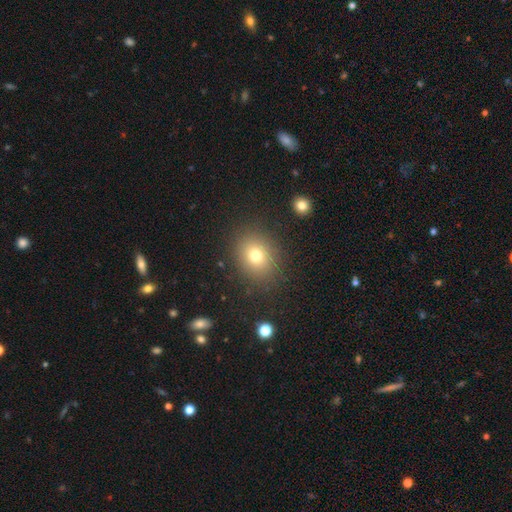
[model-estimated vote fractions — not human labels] The model was most divided on "how rounded": round: 60%, in between: 39%, cigar-shaped: 1%. More confident: merging — none (86%); smooth or featured — smooth (74%).